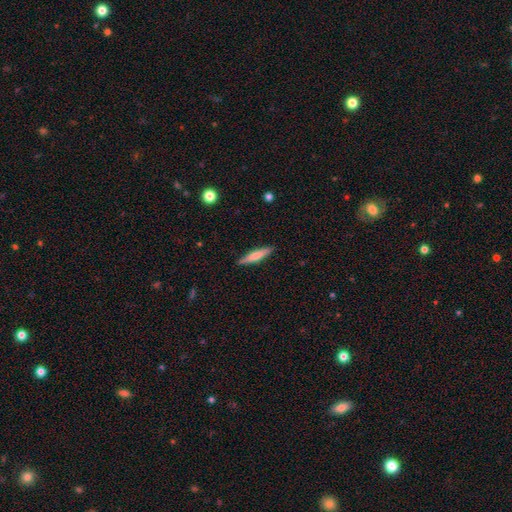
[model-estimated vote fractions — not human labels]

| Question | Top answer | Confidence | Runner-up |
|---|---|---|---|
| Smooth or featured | smooth | 62% | featured or disk (32%) |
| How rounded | cigar-shaped | 87% | in between (11%) |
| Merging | none | 89% | minor disturbance (8%) |